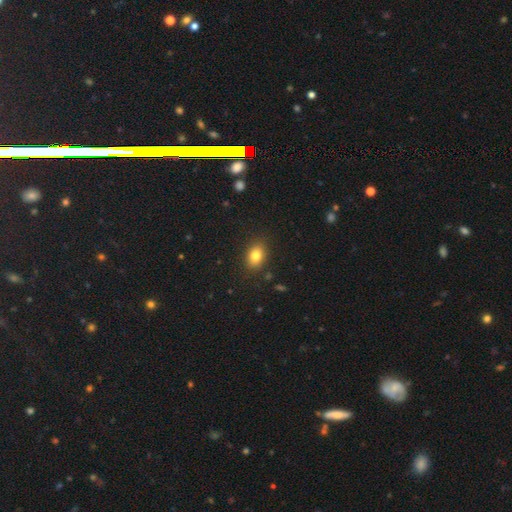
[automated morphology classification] Smooth or featured? Predicted: smooth (p=0.81). How rounded? Predicted: in between (p=0.71). Merging? Predicted: none (p=0.87).